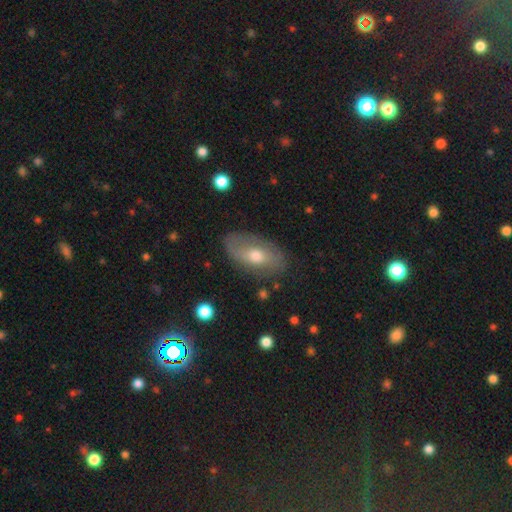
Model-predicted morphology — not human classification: Smooth or featured?
  - featured or disk: 48% *
  - smooth: 45%
  - star or artifact: 8%
Merging?
  - none: 76% *
  - minor disturbance: 17%
  - major disturbance: 6%
  - merger: 2%